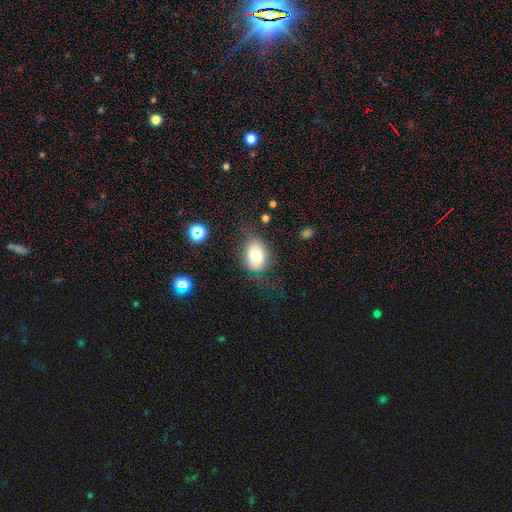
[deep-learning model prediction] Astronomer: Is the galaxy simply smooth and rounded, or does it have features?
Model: smooth — 70%.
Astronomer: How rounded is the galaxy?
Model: in between — 67%.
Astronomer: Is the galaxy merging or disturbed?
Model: none — 66%.